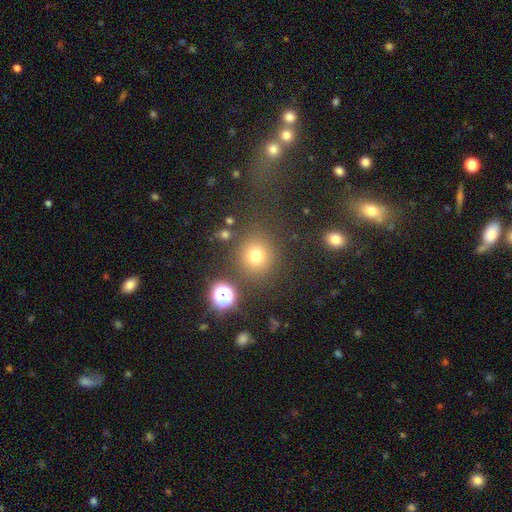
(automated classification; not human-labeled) A smooth galaxy with no disk features (73%) that is round (91%).

Vote fractions:
- Smooth or featured? smooth: 73% / star or artifact: 19% / featured or disk: 7%
- How rounded? round: 91% / in between: 8% / cigar-shaped: 1%
- Merging? none: 81% / minor disturbance: 9% / major disturbance: 5% / merger: 5%